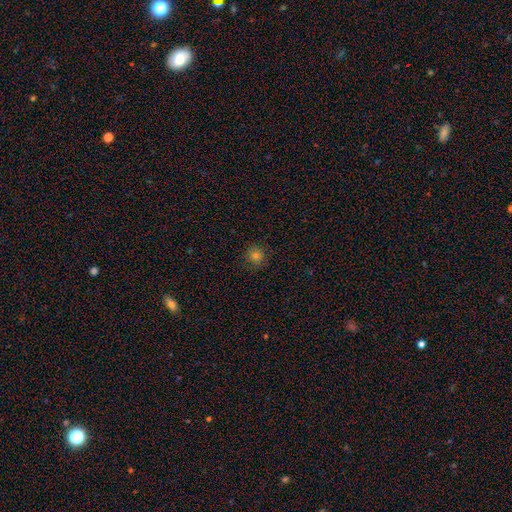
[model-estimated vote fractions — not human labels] smooth-or-featured: smooth: 74% | star or artifact: 18% | featured or disk: 7%
  how-rounded: round: 89% | in between: 10% | cigar-shaped: 1%
  merging: none: 87% | minor disturbance: 10% | major disturbance: 2% | merger: 1%